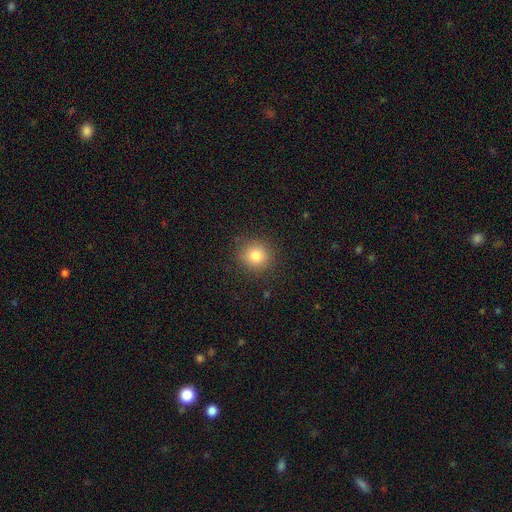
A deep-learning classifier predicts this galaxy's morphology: A smooth galaxy with no disk features (82%) that is round (89%). Merging: none (88%).